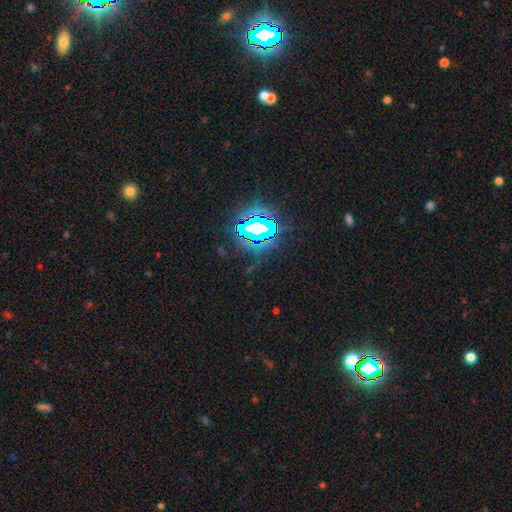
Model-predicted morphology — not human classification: Smooth or featured? star or artifact (77%)